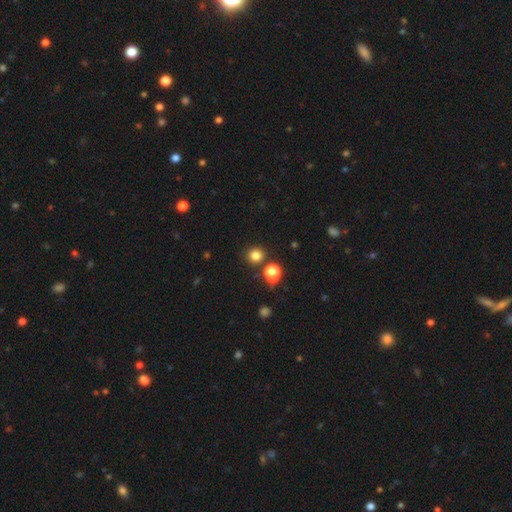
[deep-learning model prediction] The model was most divided on "smooth or featured": smooth: 79%, star or artifact: 16%, featured or disk: 5%. More confident: how rounded — round (92%); merging — none (83%).